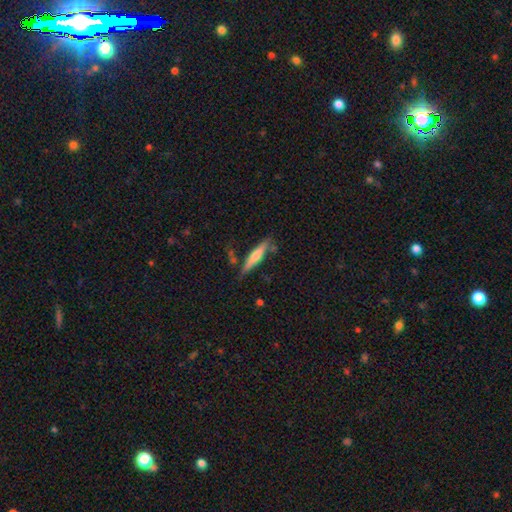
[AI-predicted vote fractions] A featured or disk galaxy (47%, tied with smooth). Merging: none (77%).